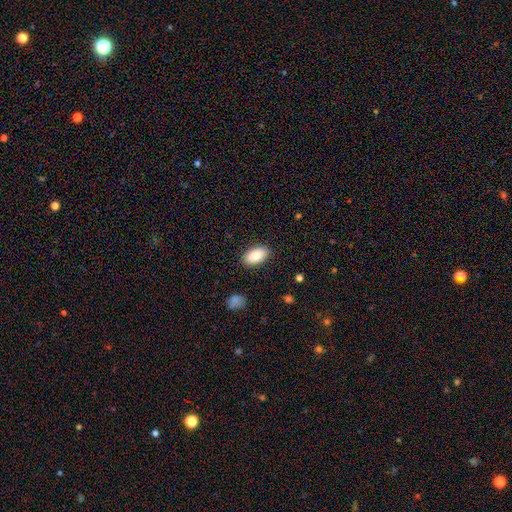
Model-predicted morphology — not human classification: Overall: smooth (84%). How rounded: in between (94%). Merging: none (87%).